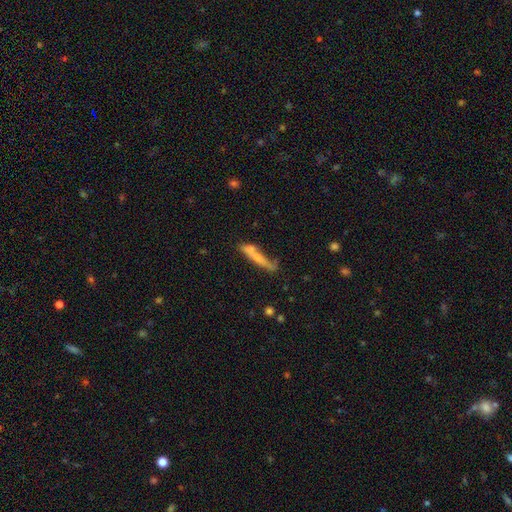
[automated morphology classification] Overall: smooth (56%; featured or disk 36%). How rounded: cigar-shaped (89%). Merging: none (49%; minor disturbance 25%).